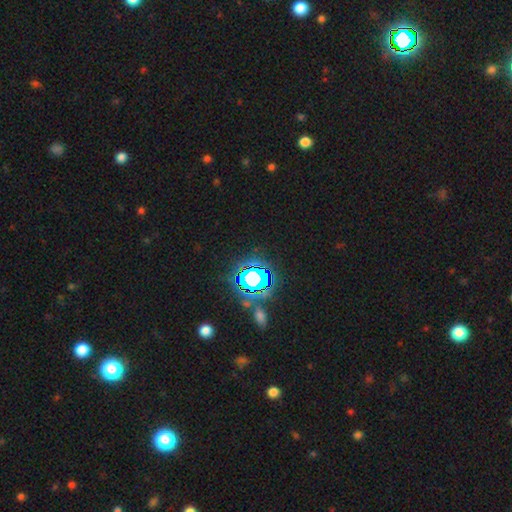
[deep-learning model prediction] Smooth or featured? Predicted: star or artifact (p=0.82).